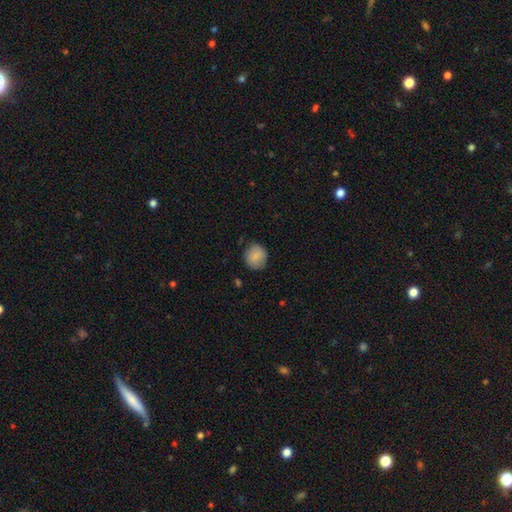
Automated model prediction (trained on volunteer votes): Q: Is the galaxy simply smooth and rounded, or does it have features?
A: smooth — 85%.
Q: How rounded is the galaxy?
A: round — 89%.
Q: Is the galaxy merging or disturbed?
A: none — 83%.